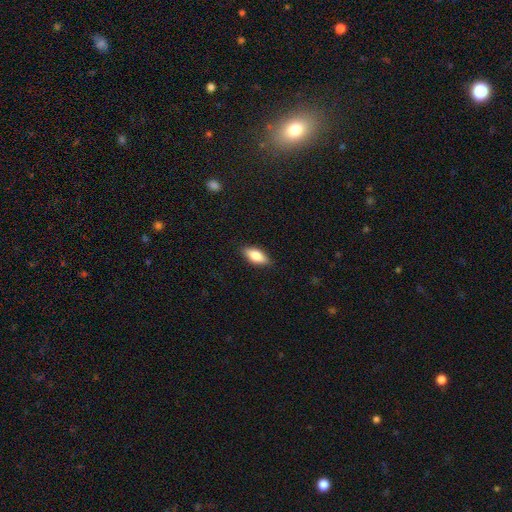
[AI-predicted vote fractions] The model was most divided on "smooth or featured": smooth: 81%, featured or disk: 13%, star or artifact: 6%. More confident: merging — none (86%); how rounded — in between (85%).